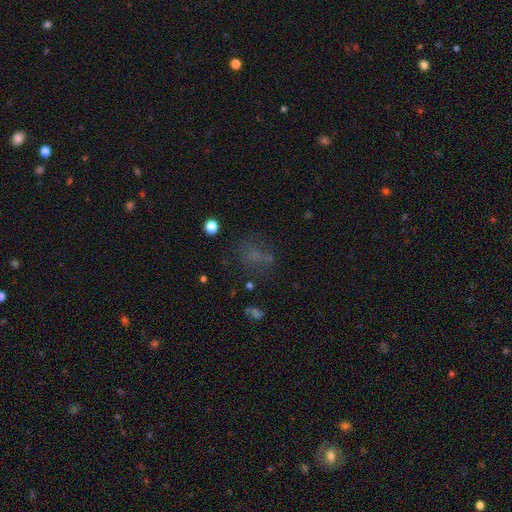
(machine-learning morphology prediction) This appears to be a smooth galaxy with no disk features (51%) that is in between round and cigar-shaped (54%). Merging: none (57%).